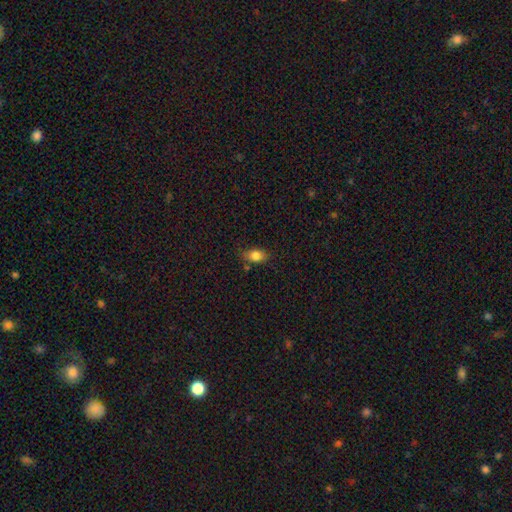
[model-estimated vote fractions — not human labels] Q: Smooth or featured?
A: smooth (83%); runner-up: star or artifact (9%)
Q: How rounded?
A: in between (82%); runner-up: round (16%)
Q: Merging?
A: none (73%); runner-up: minor disturbance (19%)